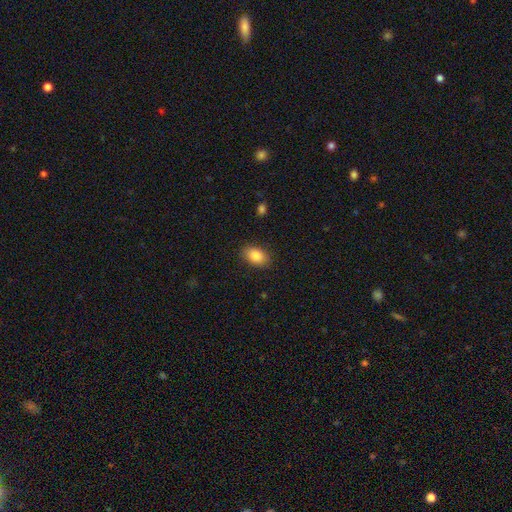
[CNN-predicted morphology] This is clearly a smooth galaxy (86%). How rounded: clearly in between (87%). Merging: clearly none (86%).